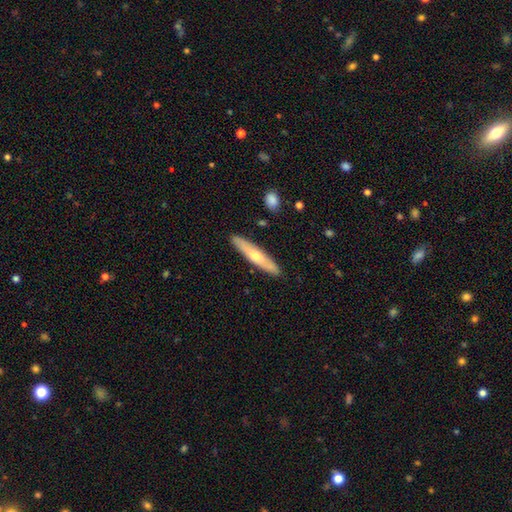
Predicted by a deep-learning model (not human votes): Smooth or featured? smooth (48%)
Merging? none (89%)